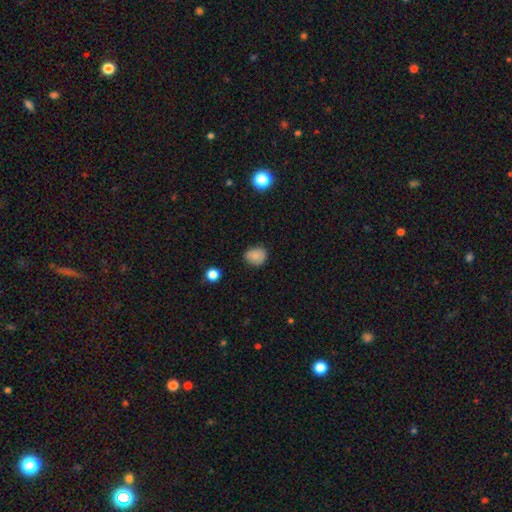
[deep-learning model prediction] Smooth or featured? Predicted: smooth (p=0.82). How rounded? Predicted: round (p=0.65). Merging? Predicted: none (p=0.75).